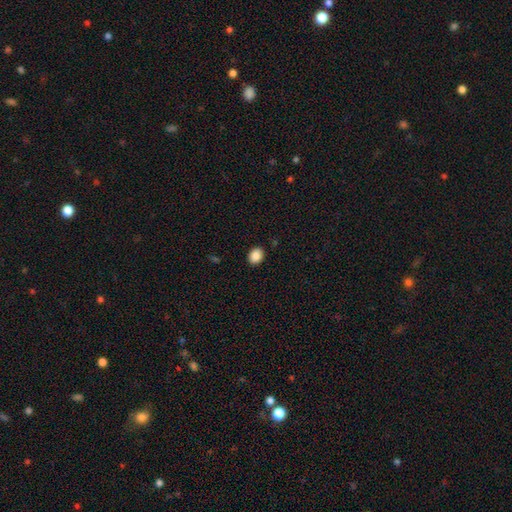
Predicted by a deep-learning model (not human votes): Smooth or featured? Predicted: smooth (p=0.88). How rounded? Predicted: in between (p=0.57). Merging? Predicted: none (p=0.90).